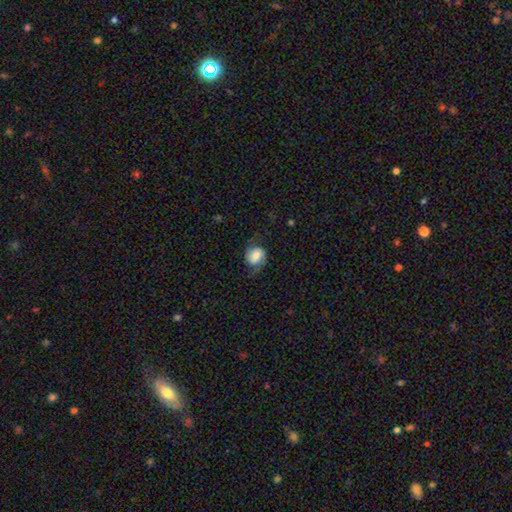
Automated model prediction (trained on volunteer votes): This is possibly a smooth galaxy (49%). Merging: likely none (66%).